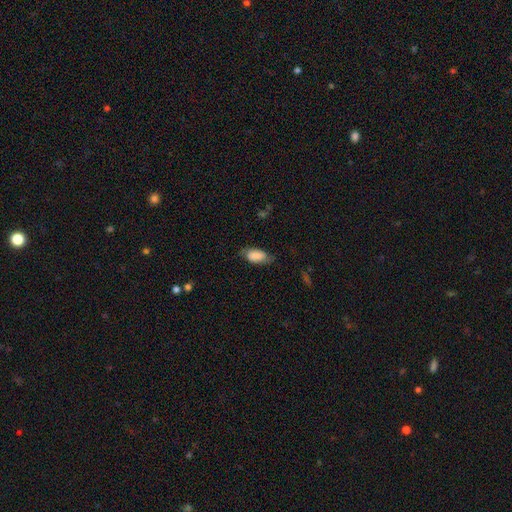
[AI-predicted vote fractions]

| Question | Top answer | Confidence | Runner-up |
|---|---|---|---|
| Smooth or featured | smooth | 73% | featured or disk (20%) |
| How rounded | in between | 89% | cigar-shaped (8%) |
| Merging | none | 66% | minor disturbance (24%) |